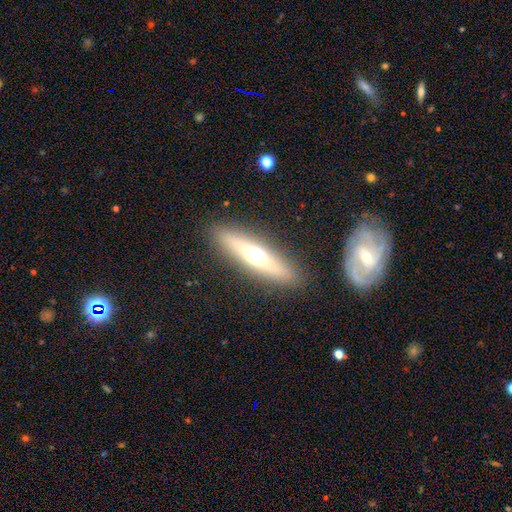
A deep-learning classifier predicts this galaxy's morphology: Q: Smooth or featured?
A: featured or disk (47%); runner-up: smooth (43%)
Q: Merging?
A: none (88%); runner-up: minor disturbance (8%)